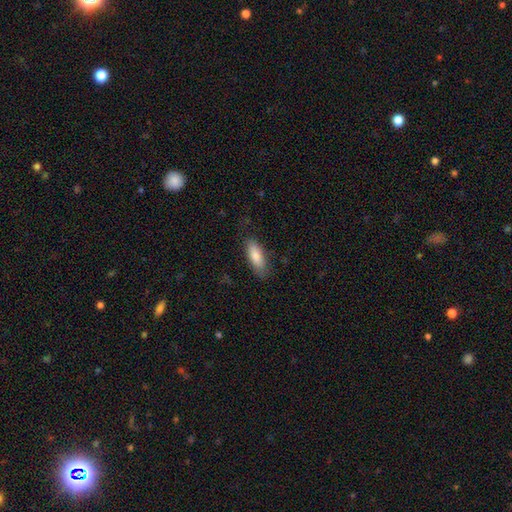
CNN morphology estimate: Q: Smooth or featured?
A: smooth (83%); runner-up: featured or disk (12%)
Q: How rounded?
A: in between (73%); runner-up: cigar-shaped (25%)
Q: Merging?
A: none (77%); runner-up: minor disturbance (17%)